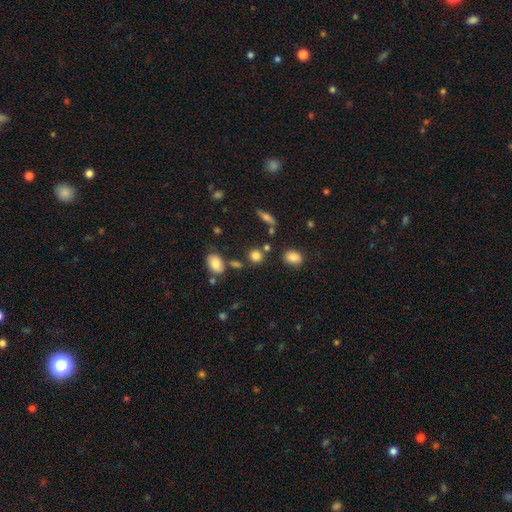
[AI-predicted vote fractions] smooth 80%, star or artifact 13%, featured or disk 6%. Down the decision tree: how rounded — round (82%); merging — none (76%).